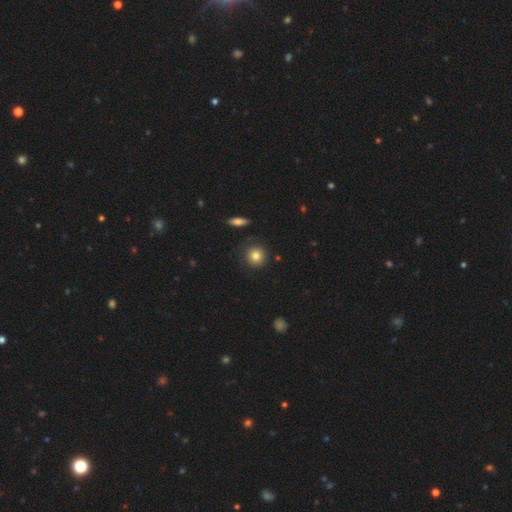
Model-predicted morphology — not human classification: Smooth or featured?
  - smooth: 81% *
  - star or artifact: 10%
  - featured or disk: 9%
How rounded?
  - round: 92% *
  - in between: 7%
  - cigar-shaped: 1%
Merging?
  - none: 86% *
  - minor disturbance: 9%
  - major disturbance: 3%
  - merger: 2%